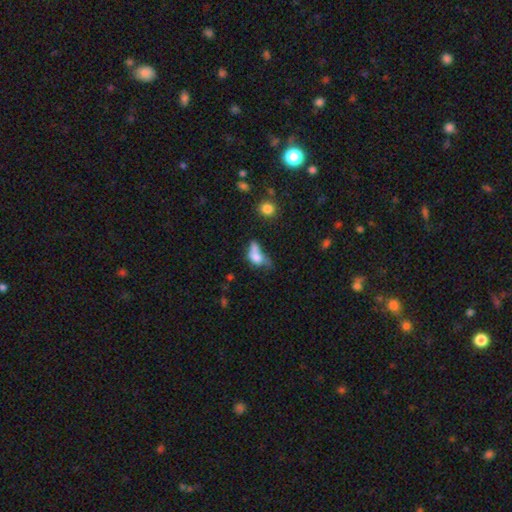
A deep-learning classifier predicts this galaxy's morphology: The model was most divided on "merging": merger: 34%, major disturbance: 31%, minor disturbance: 18%, none: 17%. More confident: how rounded — in between (78%); smooth or featured — smooth (65%).